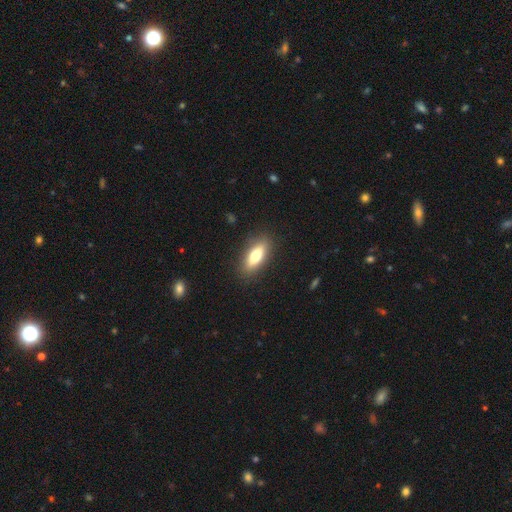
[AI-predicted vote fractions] smooth-or-featured: smooth: 70% | featured or disk: 23% | star or artifact: 7%
  how-rounded: in between: 66% | cigar-shaped: 32% | round: 3%
  merging: none: 87% | minor disturbance: 9% | major disturbance: 3% | merger: 1%